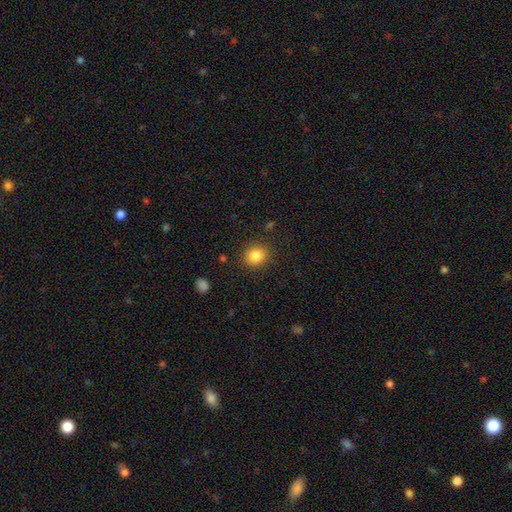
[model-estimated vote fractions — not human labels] Q: Smooth or featured?
A: smooth (84%); runner-up: star or artifact (11%)
Q: How rounded?
A: round (79%); runner-up: in between (20%)
Q: Merging?
A: none (87%); runner-up: minor disturbance (9%)